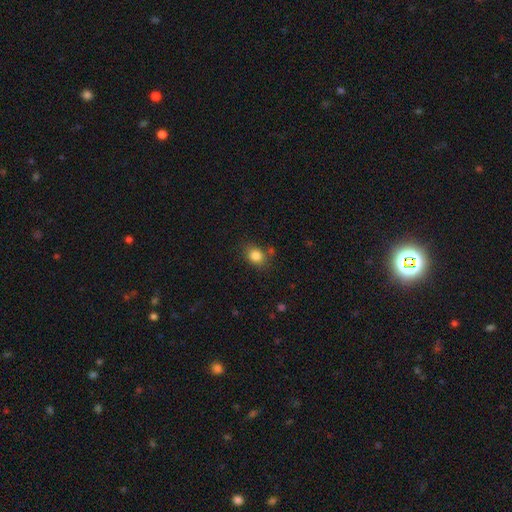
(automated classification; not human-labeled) smooth-or-featured: smooth: 84% | star or artifact: 10% | featured or disk: 6%
  how-rounded: in between: 50% | round: 48% | cigar-shaped: 1%
  merging: none: 75% | minor disturbance: 15% | merger: 5% | major disturbance: 4%